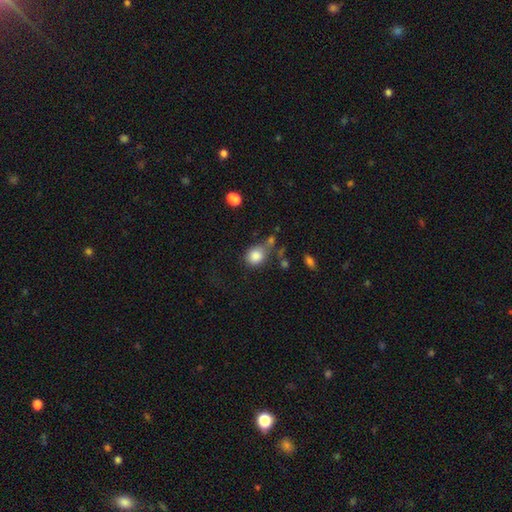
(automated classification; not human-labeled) Overall: smooth (85%). How rounded: round (64%; in between 35%). Merging: none (53%; minor disturbance 23%).